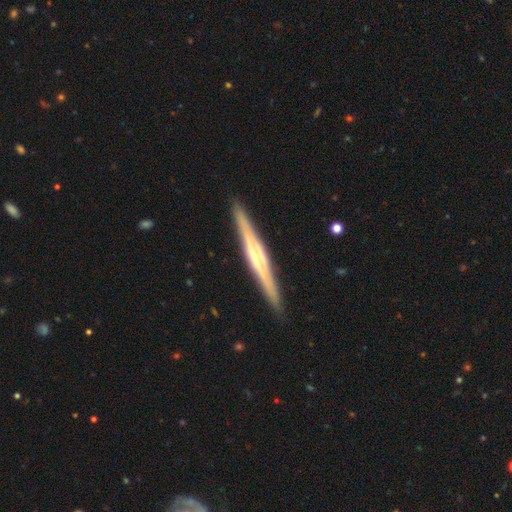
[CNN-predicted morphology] featured or disk 75%, smooth 20%, star or artifact 5%. Down the decision tree: edge-on disk — yes (98%); edge-on bulge — rounded (51%); merging — none (91%).